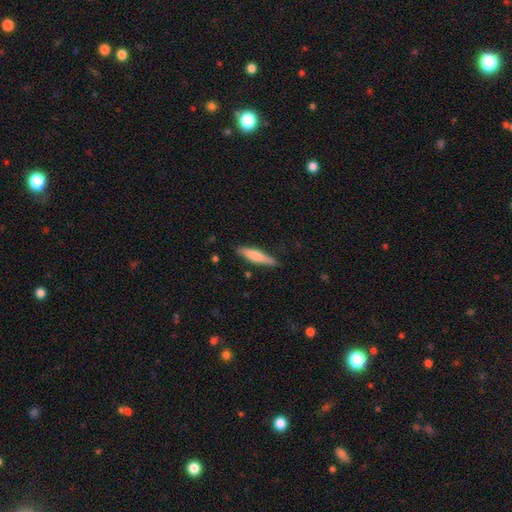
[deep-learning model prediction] smooth_or_featured: smooth (p=0.63) [alt: featured or disk p=0.32]
how_rounded: cigar-shaped (p=0.84) [alt: in between p=0.14]
merging: none (p=0.84) [alt: minor disturbance p=0.12]